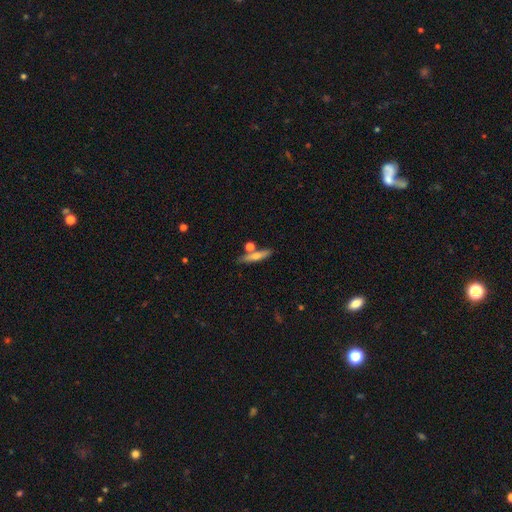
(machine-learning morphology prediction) Smooth or featured?
  - smooth: 57% *
  - featured or disk: 36%
  - star or artifact: 7%
How rounded?
  - cigar-shaped: 81% *
  - in between: 15%
  - round: 4%
Merging?
  - none: 72% *
  - merger: 14%
  - minor disturbance: 11%
  - major disturbance: 3%